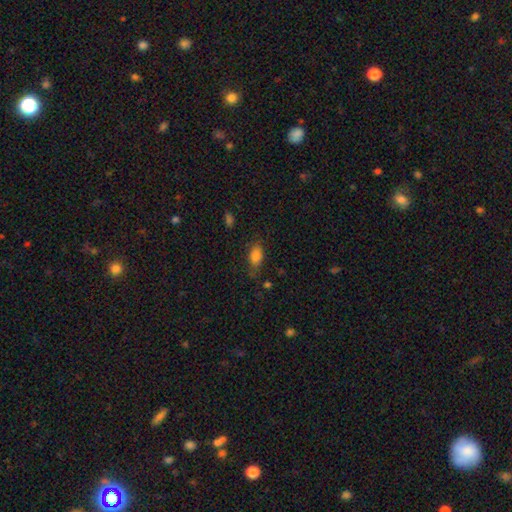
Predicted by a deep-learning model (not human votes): Smooth or featured?
  - smooth: 83% *
  - star or artifact: 10%
  - featured or disk: 8%
How rounded?
  - in between: 87% *
  - round: 8%
  - cigar-shaped: 6%
Merging?
  - none: 70% *
  - minor disturbance: 21%
  - major disturbance: 7%
  - merger: 2%